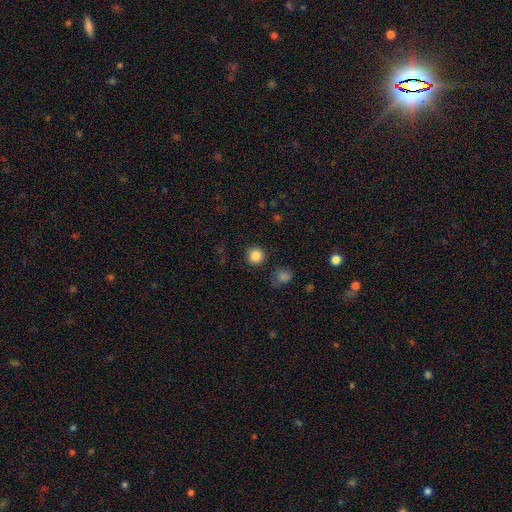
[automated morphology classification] Smooth or featured: smooth — 86% (star or artifact — 11%)
How rounded: round — 95% (in between — 4%)
Merging: none — 89% (minor disturbance — 6%)